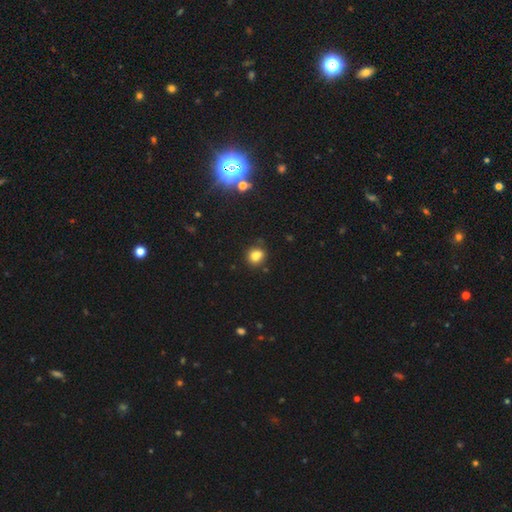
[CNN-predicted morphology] type=smooth (80%); roundness=round (67%); merging=none (78%).